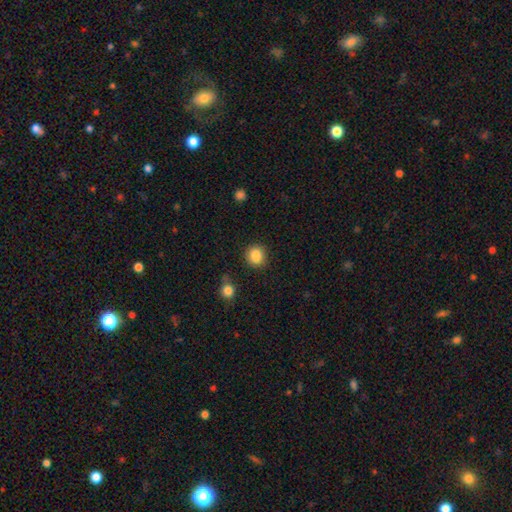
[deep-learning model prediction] A smooth galaxy with no disk features (87%) that is round (75%).

Vote fractions:
- Smooth or featured? smooth: 87% / star or artifact: 9% / featured or disk: 4%
- How rounded? round: 75% / in between: 24% / cigar-shaped: 1%
- Merging? none: 81% / minor disturbance: 11% / merger: 4% / major disturbance: 3%